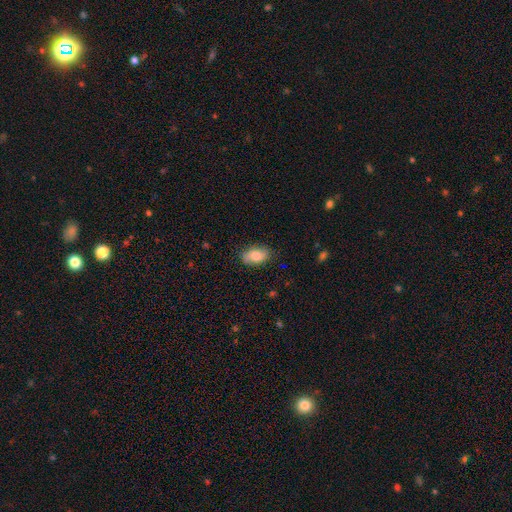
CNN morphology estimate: Smooth or featured? smooth (76%)
How rounded? in between (90%)
Merging? none (77%)